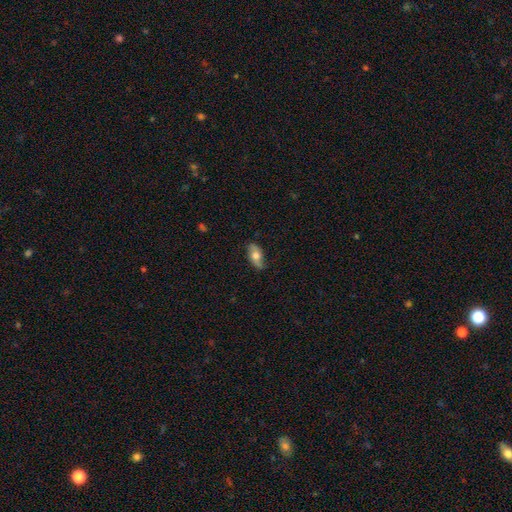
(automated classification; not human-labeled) smooth_or_featured: smooth (p=0.49) [alt: featured or disk p=0.44]
merging: none (p=0.76) [alt: minor disturbance p=0.18]